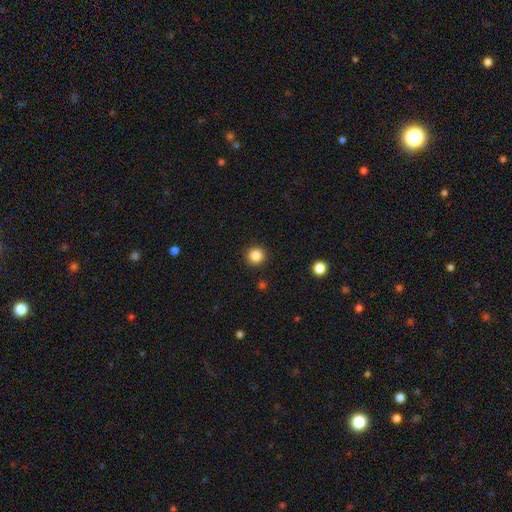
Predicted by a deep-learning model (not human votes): Smooth or featured? smooth (85%)
How rounded? round (95%)
Merging? none (93%)